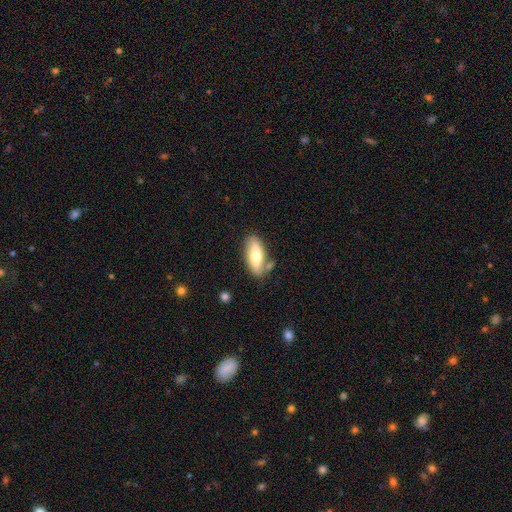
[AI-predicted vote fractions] Smooth or featured? smooth (62%)
How rounded? in between (71%)
Merging? none (71%)